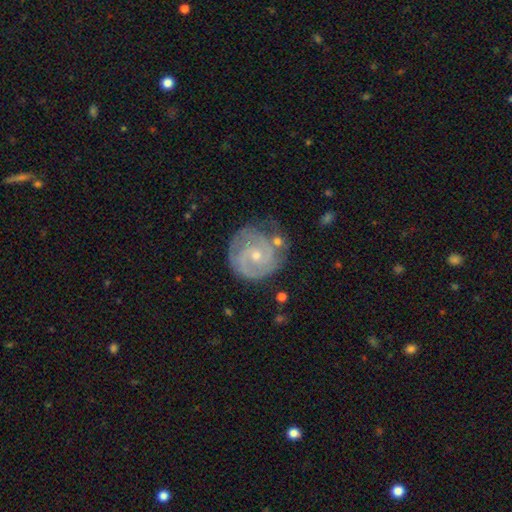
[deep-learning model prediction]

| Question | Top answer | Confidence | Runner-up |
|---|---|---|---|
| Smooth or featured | featured or disk | 81% | smooth (14%) |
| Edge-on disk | no | 98% | yes (2%) |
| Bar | no | 66% | weak (30%) |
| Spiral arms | yes | 93% | no (7%) |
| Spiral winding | tight | 67% | medium (26%) |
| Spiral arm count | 2 | 46% | can't tell (23%) |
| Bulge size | small | 54% | moderate (42%) |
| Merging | none | 63% | minor disturbance (23%) |